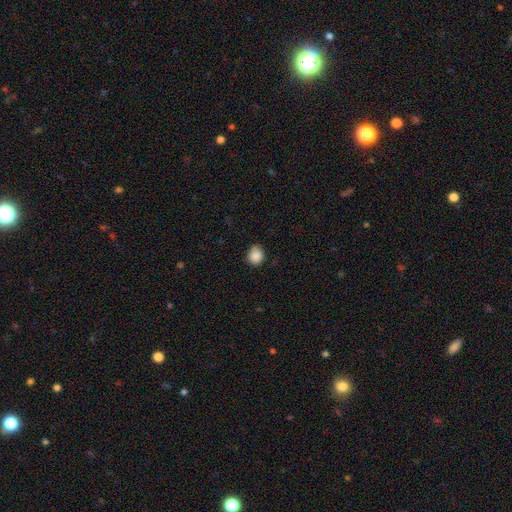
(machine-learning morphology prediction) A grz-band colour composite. It shows a smooth galaxy with no disk features (88%) that is round (76%). Merging: none (74%).